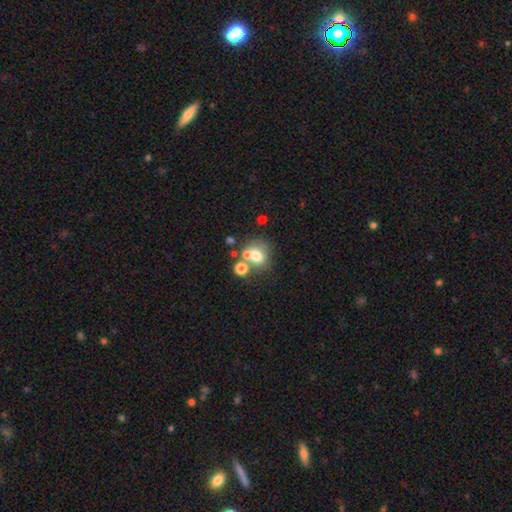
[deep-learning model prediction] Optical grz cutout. It shows a smooth galaxy with no disk features (68%) that is round (70%). Merging: none (43%).